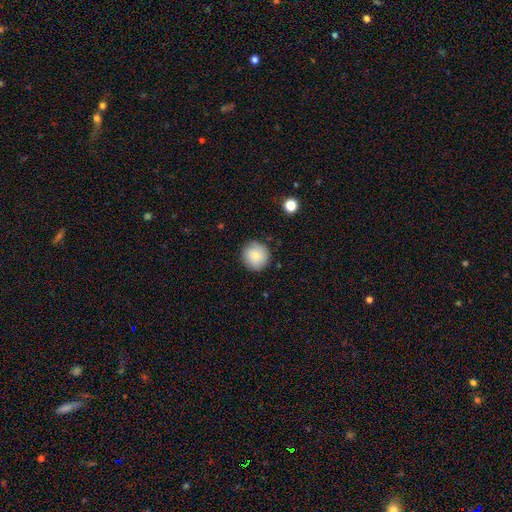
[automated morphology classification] Q: Smooth or featured?
A: smooth (80%); runner-up: featured or disk (12%)
Q: How rounded?
A: round (94%); runner-up: in between (5%)
Q: Merging?
A: none (85%); runner-up: minor disturbance (11%)